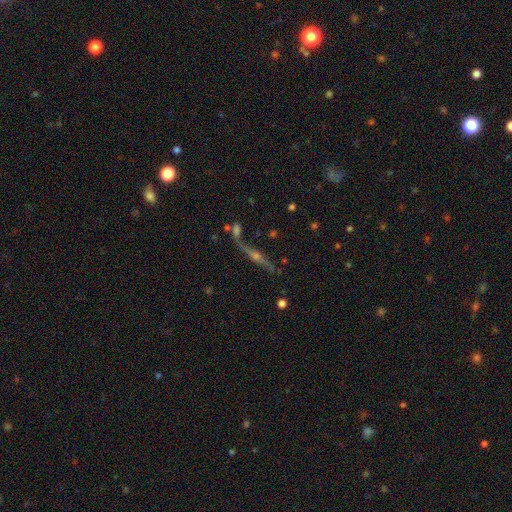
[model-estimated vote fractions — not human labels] Smooth or featured: featured or disk — 78% (smooth — 11%)
Edge-on disk: yes — 87% (no — 13%)
Edge-on bulge: rounded — 91% (none — 6%)
Merging: none — 64% (minor disturbance — 15%)